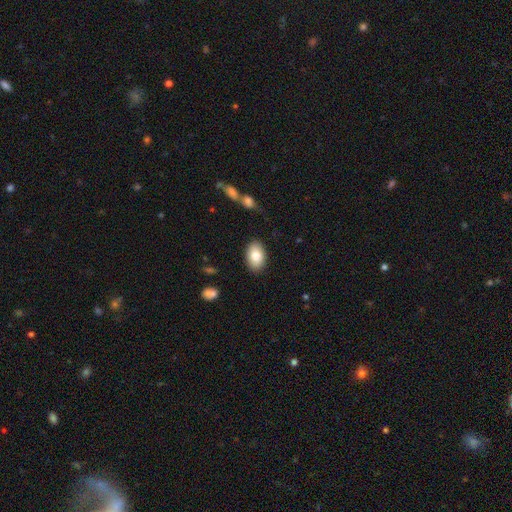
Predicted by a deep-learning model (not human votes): Smooth or featured? smooth (82%)
How rounded? in between (90%)
Merging? none (87%)